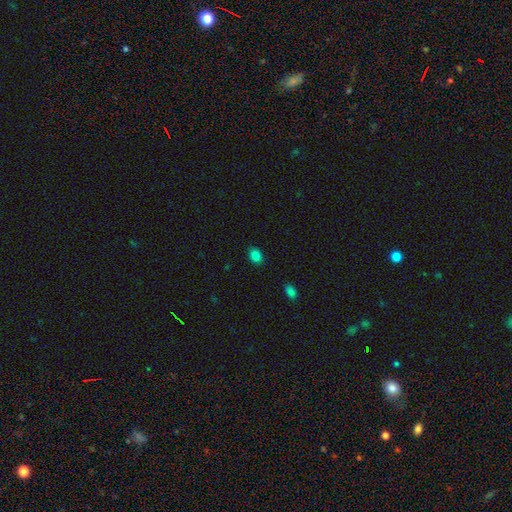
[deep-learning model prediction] Morphology: type=smooth (83%); roundness=in between (66%); merging=none (88%).